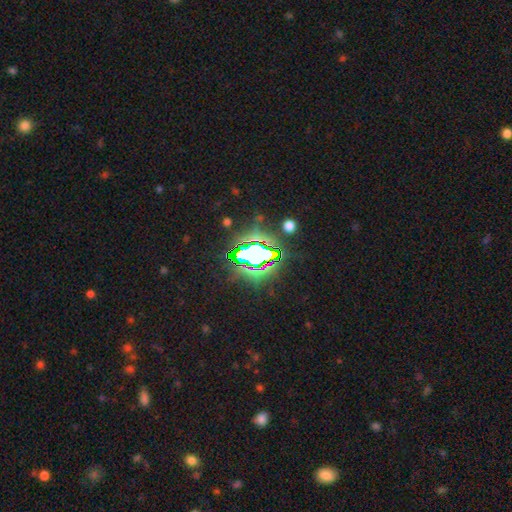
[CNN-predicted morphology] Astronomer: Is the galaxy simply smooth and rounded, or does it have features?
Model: star or artifact — 72%.